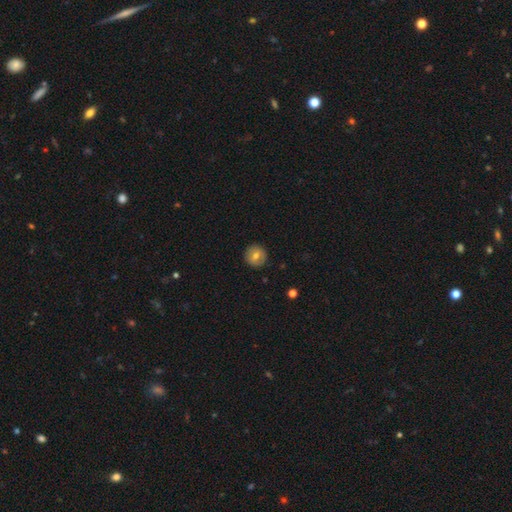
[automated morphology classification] Smooth or featured? Predicted: smooth (p=0.70). How rounded? Predicted: round (p=0.95). Merging? Predicted: none (p=0.91).